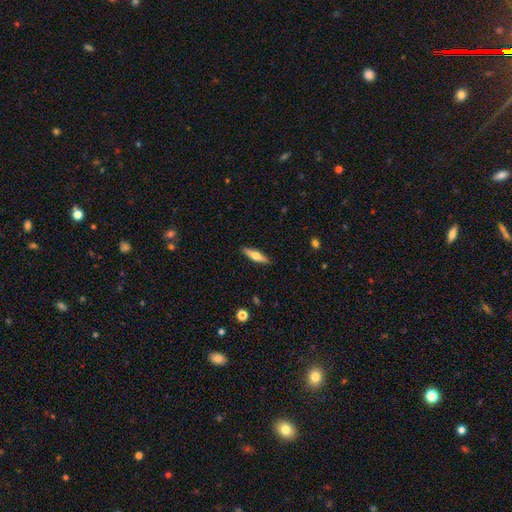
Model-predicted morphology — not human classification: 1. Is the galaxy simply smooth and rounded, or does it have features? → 49% featured or disk, 46% smooth, 6% star or artifact.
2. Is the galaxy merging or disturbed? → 90% none, 7% minor disturbance, 2% major disturbance, 1% merger.